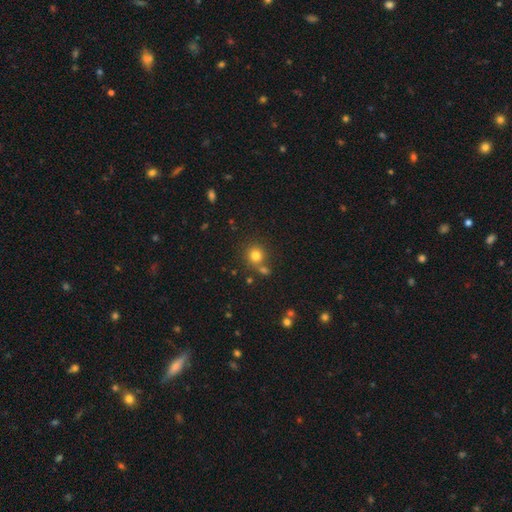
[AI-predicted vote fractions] Q: Smooth or featured?
A: smooth (78%); runner-up: star or artifact (14%)
Q: How rounded?
A: round (91%); runner-up: in between (8%)
Q: Merging?
A: none (70%); runner-up: merger (18%)